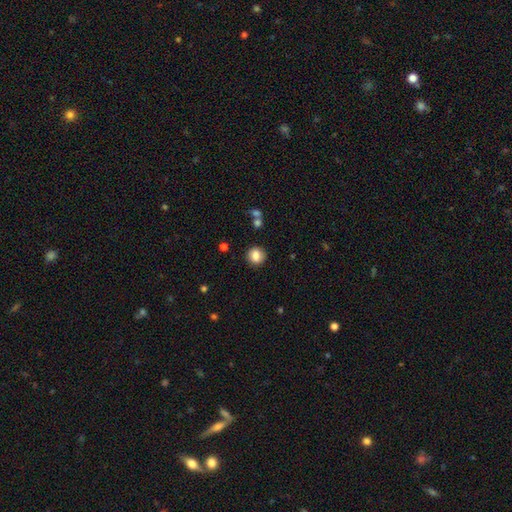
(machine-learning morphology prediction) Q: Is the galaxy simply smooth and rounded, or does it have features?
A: smooth — 84%.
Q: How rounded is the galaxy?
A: round — 86%.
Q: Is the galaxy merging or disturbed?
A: none — 88%.